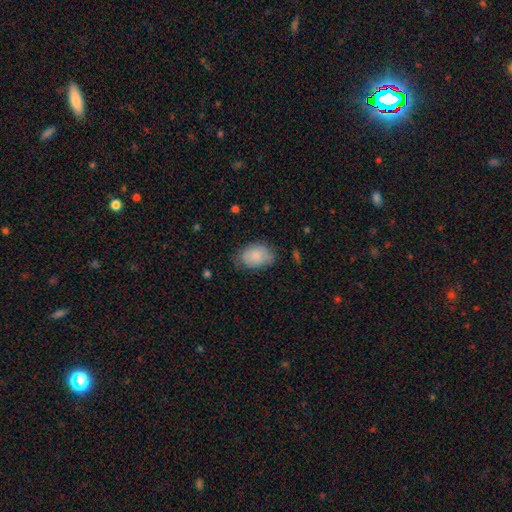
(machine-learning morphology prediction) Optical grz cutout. It shows a smooth galaxy with no disk features (81%) that is in between round and cigar-shaped (83%). Merging: none (68%).